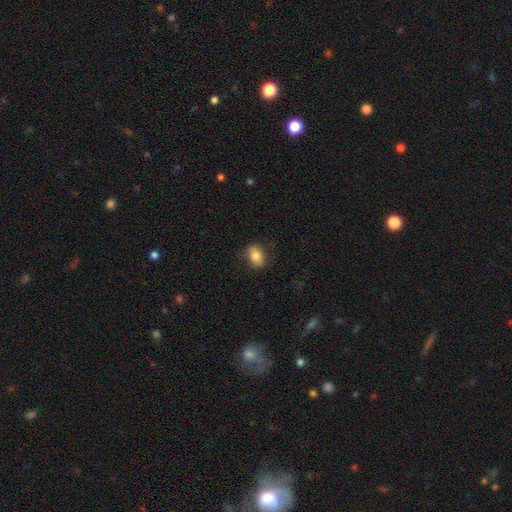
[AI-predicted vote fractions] Smooth or featured?
  - smooth: 80% *
  - featured or disk: 12%
  - star or artifact: 8%
How rounded?
  - in between: 82% *
  - round: 15%
  - cigar-shaped: 3%
Merging?
  - none: 79% *
  - minor disturbance: 16%
  - major disturbance: 4%
  - merger: 1%